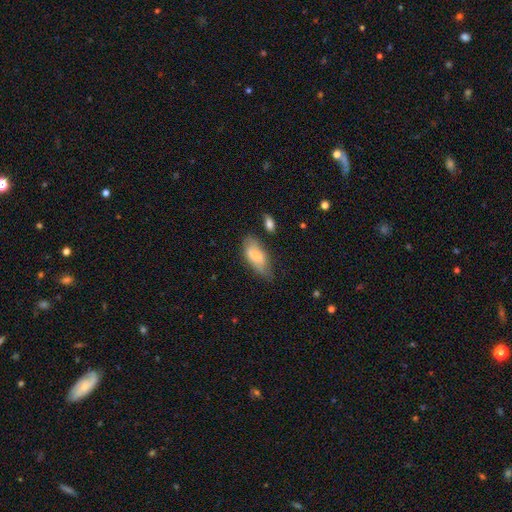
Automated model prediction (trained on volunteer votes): Smooth or featured? smooth (68%)
How rounded? in between (87%)
Merging? none (56%)